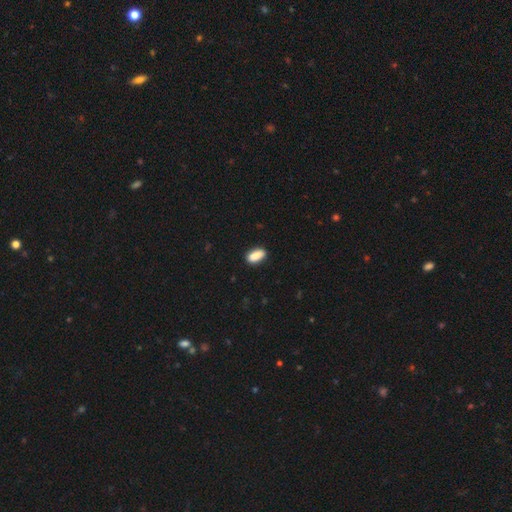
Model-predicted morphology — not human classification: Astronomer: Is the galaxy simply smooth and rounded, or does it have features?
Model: smooth — 89%.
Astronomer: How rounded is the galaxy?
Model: in between — 86%.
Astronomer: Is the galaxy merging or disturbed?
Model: none — 88%.